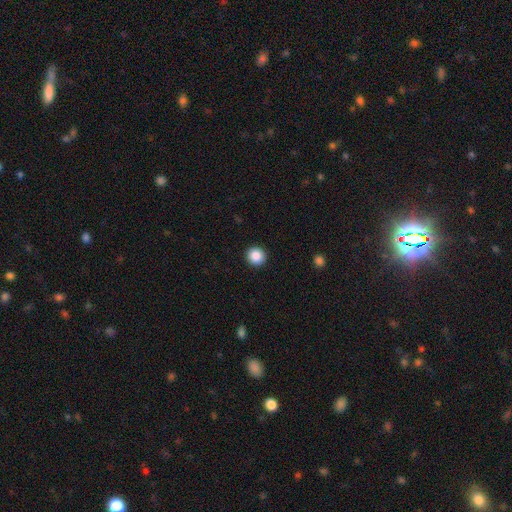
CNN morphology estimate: smooth_or_featured: smooth (p=0.87) [alt: star or artifact p=0.09]
how_rounded: round (p=0.94) [alt: in between p=0.05]
merging: none (p=0.93) [alt: minor disturbance p=0.04]